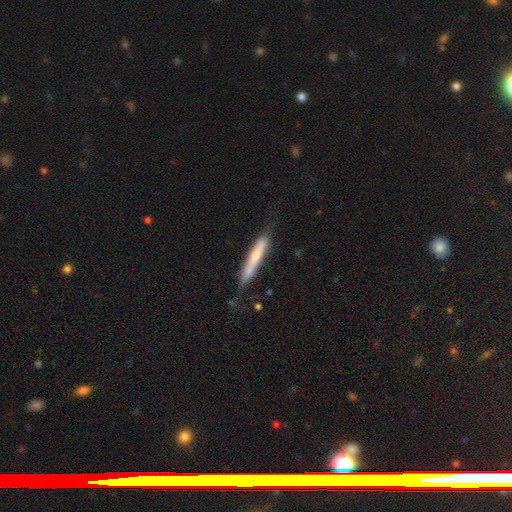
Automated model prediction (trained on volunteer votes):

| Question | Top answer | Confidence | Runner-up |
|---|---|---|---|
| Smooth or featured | smooth | 57% | featured or disk (37%) |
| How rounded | cigar-shaped | 94% | in between (5%) |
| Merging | none | 68% | minor disturbance (24%) |